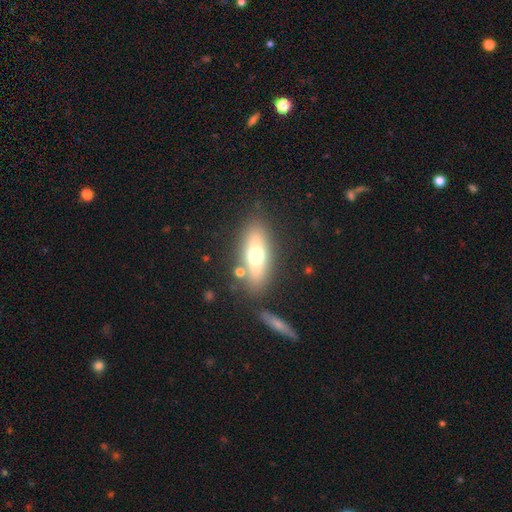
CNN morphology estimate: Smooth or featured? smooth (57%)
How rounded? in between (59%)
Merging? none (79%)